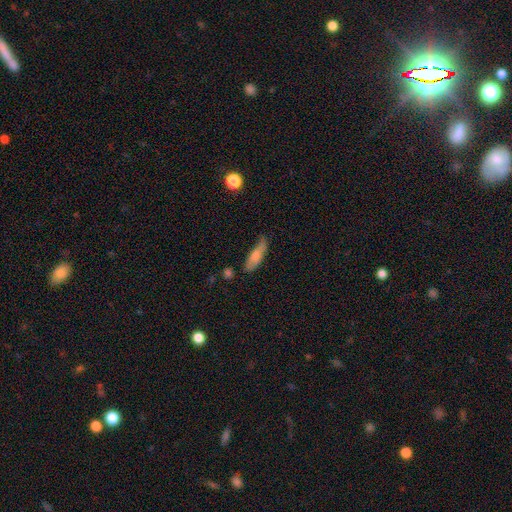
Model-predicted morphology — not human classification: This is likely a smooth galaxy (72%). How rounded: possibly cigar-shaped (51%). Merging: possibly none (55%).